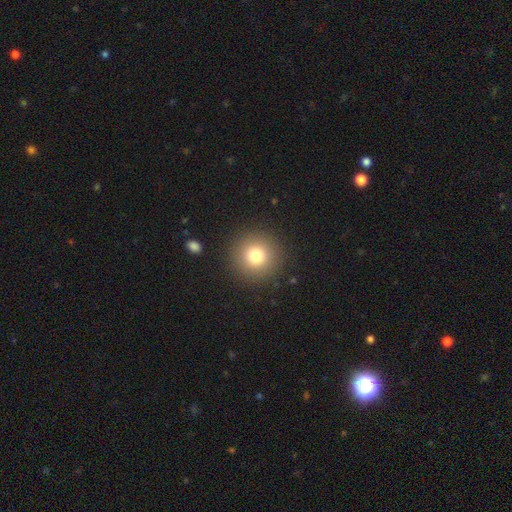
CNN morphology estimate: The model was most divided on "smooth or featured": smooth: 79%, star or artifact: 12%, featured or disk: 9%. More confident: how rounded — round (96%); merging — none (90%).